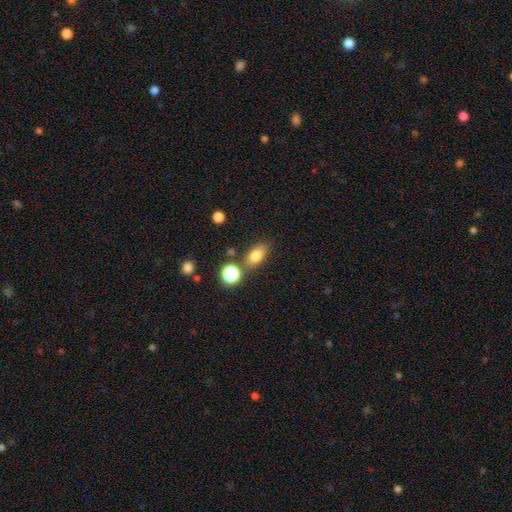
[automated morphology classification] Smooth or featured? Predicted: smooth (p=0.77). How rounded? Predicted: in between (p=0.79). Merging? Predicted: none (p=0.76).